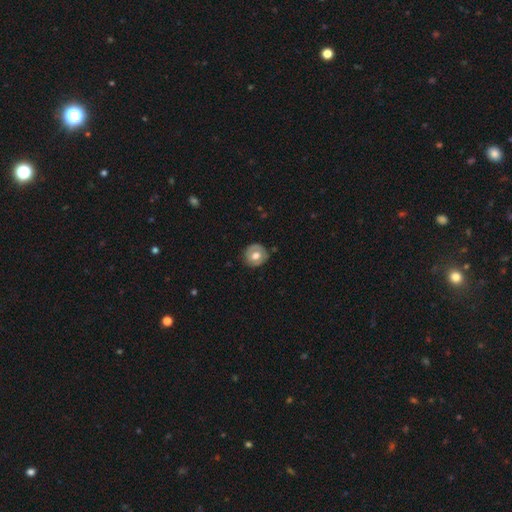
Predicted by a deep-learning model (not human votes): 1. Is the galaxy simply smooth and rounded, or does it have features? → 57% smooth, 36% featured or disk, 7% star or artifact.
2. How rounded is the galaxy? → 86% round, 13% in between, 1% cigar-shaped.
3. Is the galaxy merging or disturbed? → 81% none, 14% minor disturbance, 3% major disturbance, 1% merger.